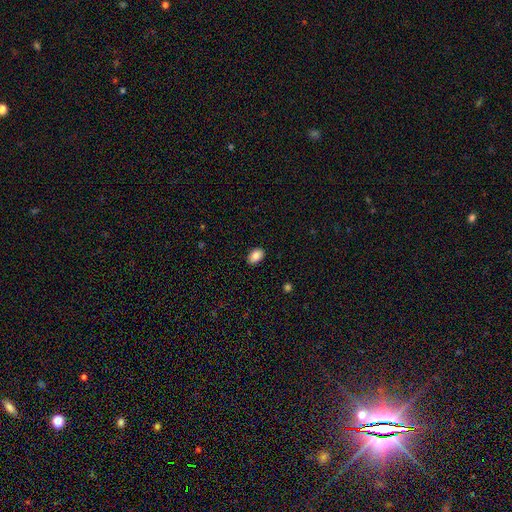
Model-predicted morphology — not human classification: Smooth or featured? Predicted: smooth (p=0.86). How rounded? Predicted: in between (p=0.87). Merging? Predicted: none (p=0.89).